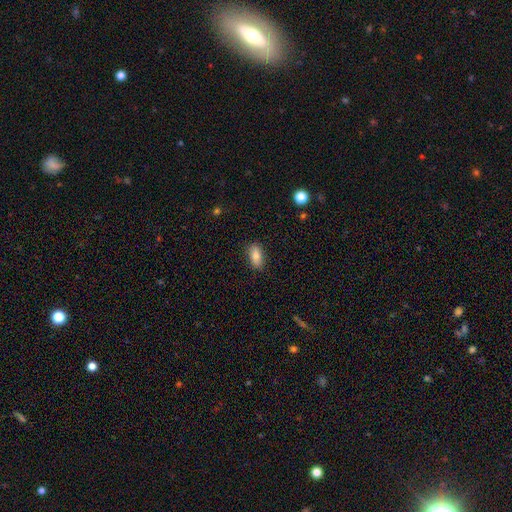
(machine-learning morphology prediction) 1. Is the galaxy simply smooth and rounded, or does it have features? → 82% smooth, 11% featured or disk, 7% star or artifact.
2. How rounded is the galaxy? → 84% in between, 12% cigar-shaped, 4% round.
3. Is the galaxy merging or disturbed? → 86% none, 11% minor disturbance, 2% major disturbance, 1% merger.